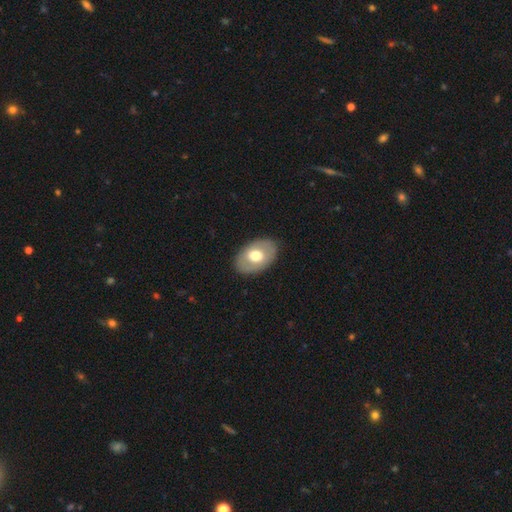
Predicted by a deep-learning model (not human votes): Morphology: type=smooth (58%); roundness=in between (85%); merging=none (86%).